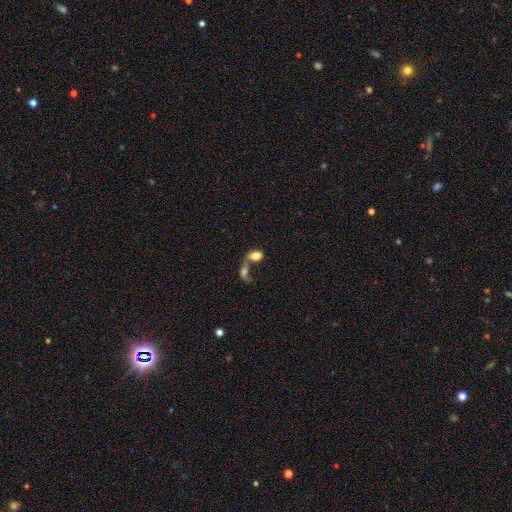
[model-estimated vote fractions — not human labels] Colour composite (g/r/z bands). It shows a smooth galaxy with no disk features (69%) that is in between round and cigar-shaped (75%). Merging: merger (70%).